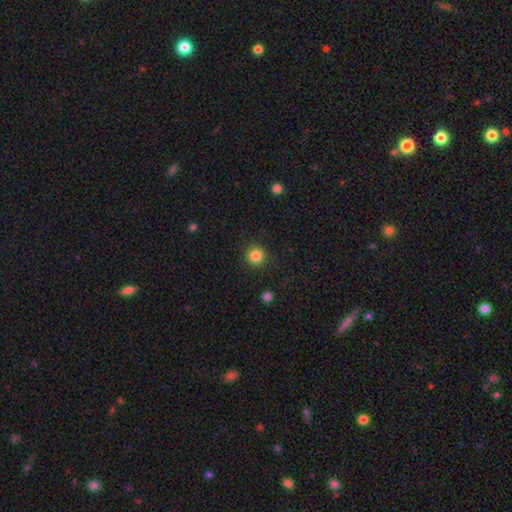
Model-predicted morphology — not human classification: Smooth or featured? smooth (85%)
How rounded? round (94%)
Merging? none (90%)